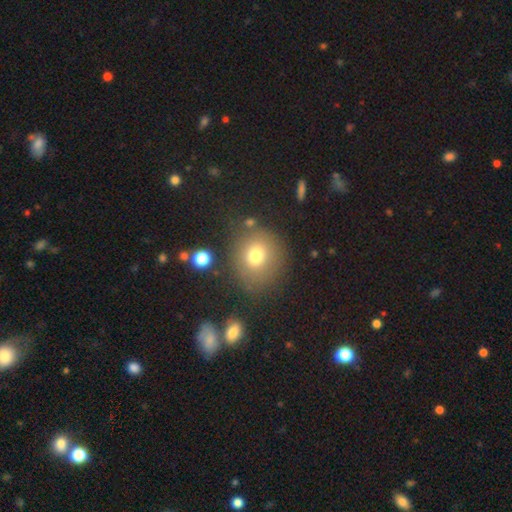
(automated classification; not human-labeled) smooth_or_featured: smooth (p=0.74) [alt: star or artifact p=0.15]
how_rounded: round (p=0.79) [alt: in between p=0.20]
merging: none (p=0.78) [alt: minor disturbance p=0.12]